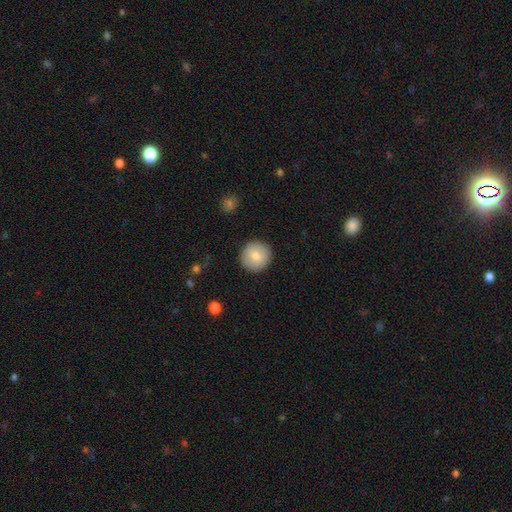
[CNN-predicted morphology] Smooth or featured: smooth — 80% (featured or disk — 13%)
How rounded: round — 94% (in between — 5%)
Merging: none — 91% (minor disturbance — 6%)